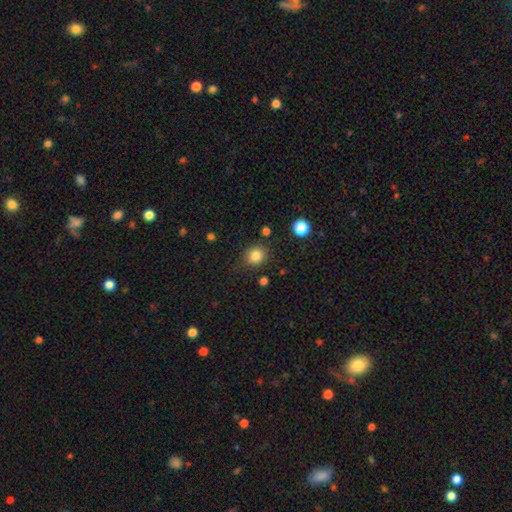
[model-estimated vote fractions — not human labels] A smooth galaxy with no disk features (84%) that is round (83%). Merging: none (83%).